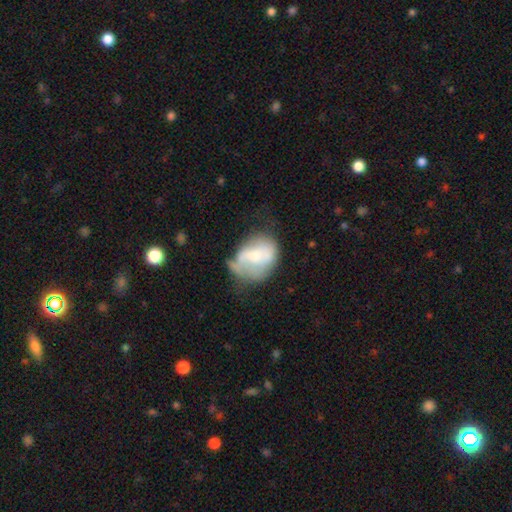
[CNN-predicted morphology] smooth-or-featured: smooth: 47% | featured or disk: 45% | star or artifact: 8%
  merging: minor disturbance: 34% (tied) | none: 34% (tied) | major disturbance: 25% | merger: 8%